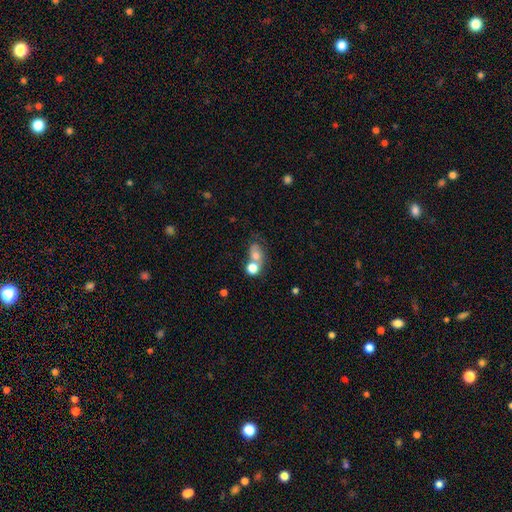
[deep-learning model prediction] Morphology: type=smooth (58%); roundness=in between (55%); merging=merger (43%).